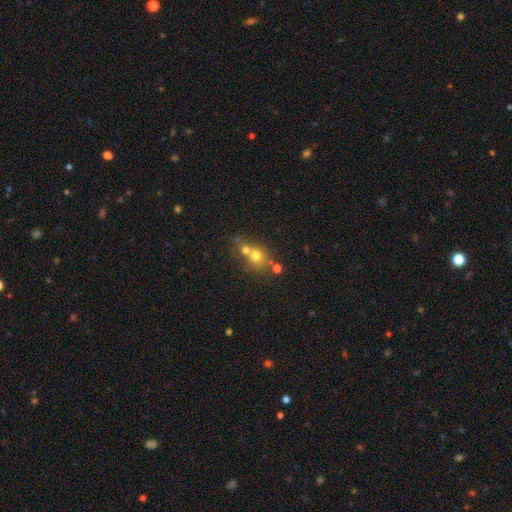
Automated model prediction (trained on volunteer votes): Overall: smooth (68%). How rounded: round (78%). Merging: merger (45%; none 43%).